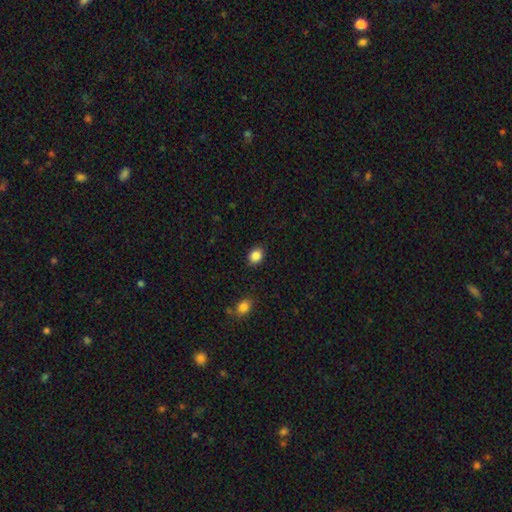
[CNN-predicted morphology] type=smooth (86%); roundness=round (51%); merging=none (87%).